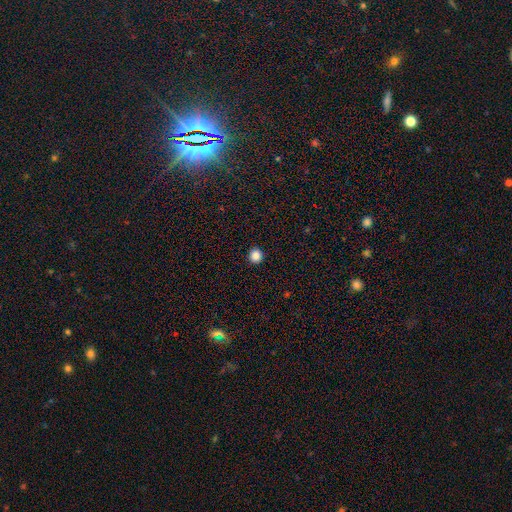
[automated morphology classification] Smooth or featured?
  - smooth: 86% *
  - star or artifact: 11%
  - featured or disk: 3%
How rounded?
  - round: 94% *
  - in between: 5%
  - cigar-shaped: 1%
Merging?
  - none: 93% *
  - minor disturbance: 4%
  - major disturbance: 1%
  - merger: 1%